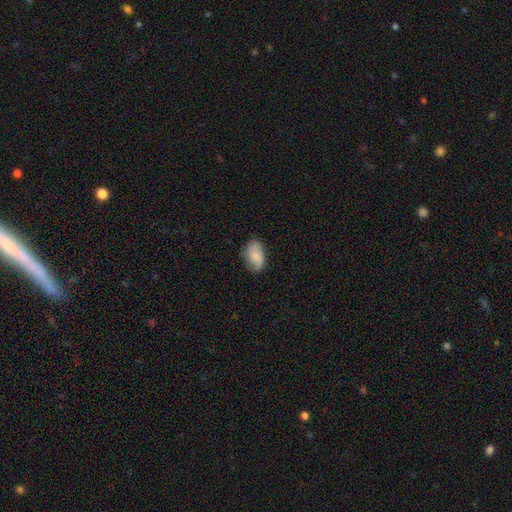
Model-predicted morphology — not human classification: smooth_or_featured: smooth (p=0.69) [alt: featured or disk p=0.24]
how_rounded: in between (p=0.89) [alt: round p=0.09]
merging: none (p=0.62) [alt: minor disturbance p=0.28]